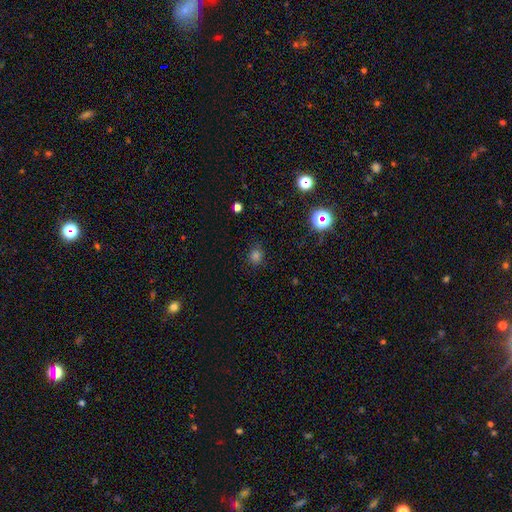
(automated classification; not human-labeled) Q: Smooth or featured?
A: smooth (71%); runner-up: star or artifact (25%)
Q: How rounded?
A: round (81%); runner-up: in between (18%)
Q: Merging?
A: none (85%); runner-up: minor disturbance (10%)